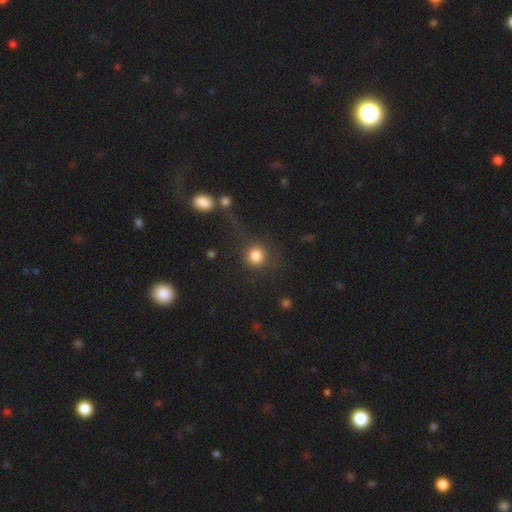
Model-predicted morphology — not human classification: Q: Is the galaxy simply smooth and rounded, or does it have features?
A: smooth — 83%.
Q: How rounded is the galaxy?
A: round — 92%.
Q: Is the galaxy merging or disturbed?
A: none — 70%.